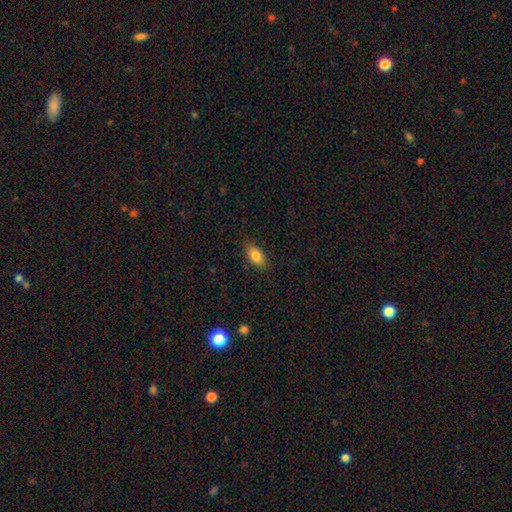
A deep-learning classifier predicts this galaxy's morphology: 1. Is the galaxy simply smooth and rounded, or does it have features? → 83% smooth, 9% featured or disk, 8% star or artifact.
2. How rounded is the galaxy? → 89% in between, 6% round, 5% cigar-shaped.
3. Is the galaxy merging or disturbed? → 84% none, 12% minor disturbance, 3% major disturbance, 1% merger.